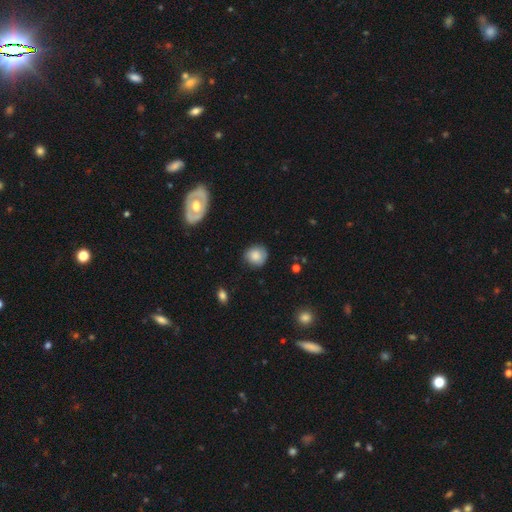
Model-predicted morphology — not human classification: Overall: smooth (80%). How rounded: round (83%). Merging: none (76%).